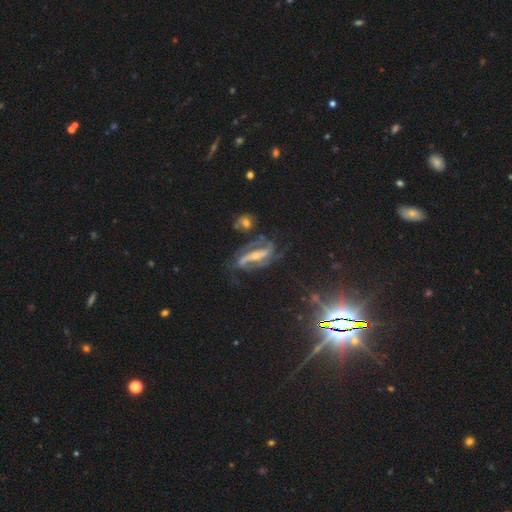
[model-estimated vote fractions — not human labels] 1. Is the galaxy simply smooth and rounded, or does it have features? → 82% featured or disk, 12% star or artifact, 6% smooth.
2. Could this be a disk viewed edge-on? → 90% no, 10% yes.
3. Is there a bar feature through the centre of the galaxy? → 58% strong, 26% weak, 17% no.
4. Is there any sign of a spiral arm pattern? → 96% yes, 4% no.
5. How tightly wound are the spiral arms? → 45% medium, 29% loose, 26% tight.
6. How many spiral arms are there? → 81% 2, 7% can't tell, 5% 3, 3% 1, 2% 4, 2% more than 4.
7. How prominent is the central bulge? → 60% small, 35% moderate, 2% none, 2% large, 1% dominant.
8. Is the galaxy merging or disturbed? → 63% none, 19% minor disturbance, 12% major disturbance, 6% merger.